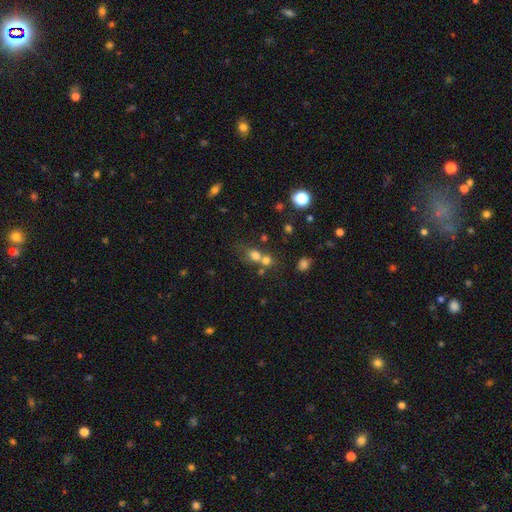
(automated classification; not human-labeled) The model was most divided on "merging": merger: 51%, none: 34%, minor disturbance: 9%, major disturbance: 6%. More confident: smooth or featured — smooth (68%); how rounded — round (67%).